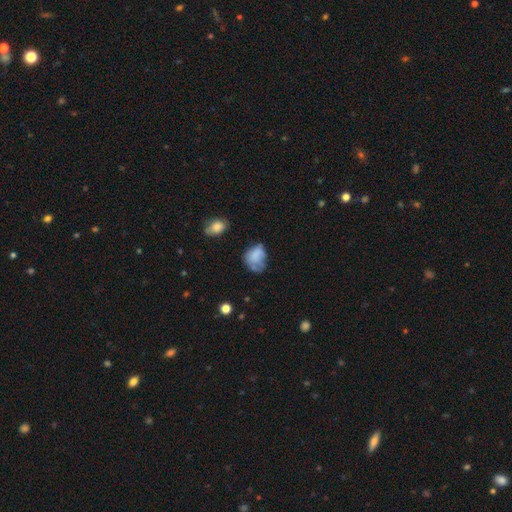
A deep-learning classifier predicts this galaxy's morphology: Smooth or featured?
  - smooth: 69% *
  - featured or disk: 22%
  - star or artifact: 10%
How rounded?
  - in between: 59% *
  - round: 40%
  - cigar-shaped: 1%
Merging?
  - minor disturbance: 35% * (tied)
  - none: 35% * (tied)
  - major disturbance: 25%
  - merger: 5%